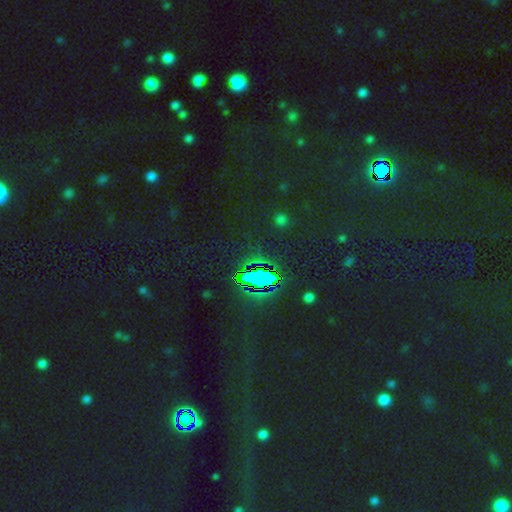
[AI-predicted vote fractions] Overall: star or artifact (80%).